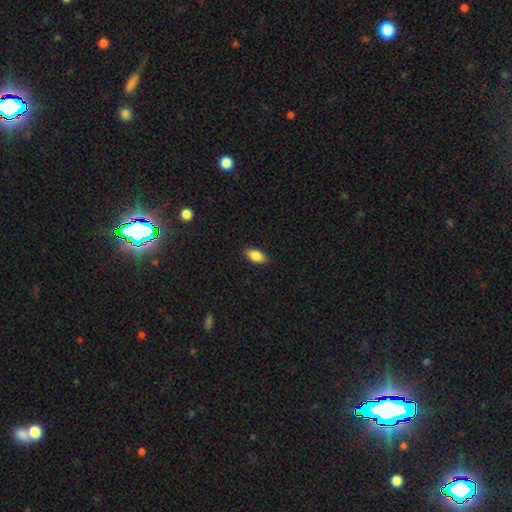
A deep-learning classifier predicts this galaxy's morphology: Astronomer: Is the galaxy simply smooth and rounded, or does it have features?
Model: smooth — 86%.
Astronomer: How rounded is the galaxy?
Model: in between — 90%.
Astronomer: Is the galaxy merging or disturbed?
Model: none — 87%.